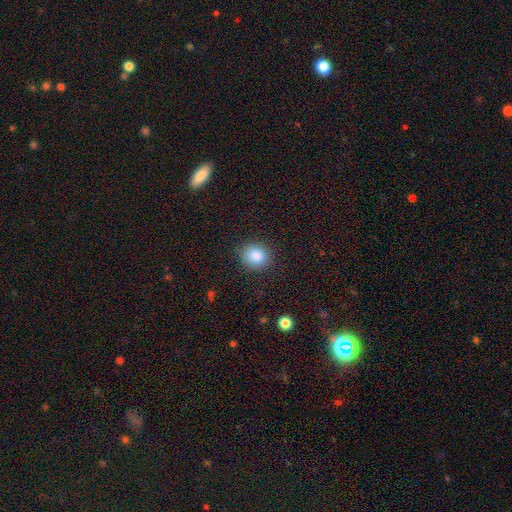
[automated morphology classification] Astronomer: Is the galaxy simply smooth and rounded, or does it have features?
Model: smooth — 87%.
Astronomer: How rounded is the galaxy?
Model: round — 71%.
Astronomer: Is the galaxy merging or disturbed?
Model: none — 85%.